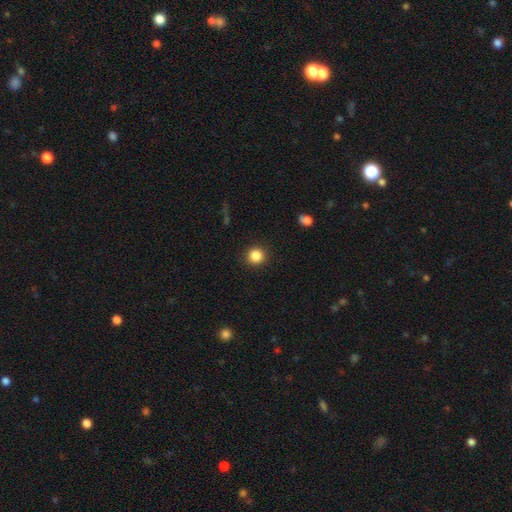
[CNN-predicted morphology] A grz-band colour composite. It shows a smooth galaxy with no disk features (86%) that is round (93%). Merging: none (91%).